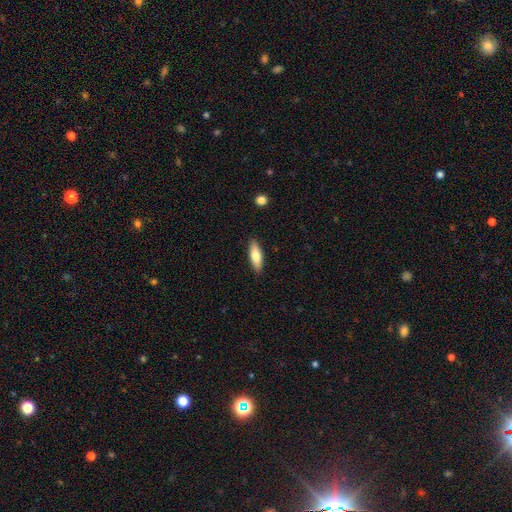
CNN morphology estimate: Smooth or featured? Predicted: smooth (p=0.73). How rounded? Predicted: in between (p=0.55). Merging? Predicted: none (p=0.88).